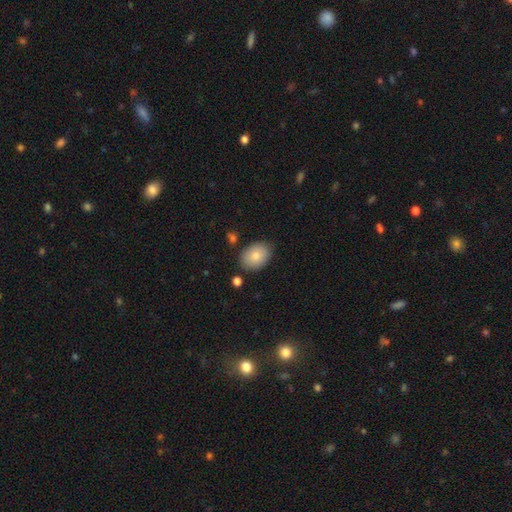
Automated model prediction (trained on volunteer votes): Smooth or featured: smooth — 81% (featured or disk — 11%)
How rounded: in between — 78% (round — 21%)
Merging: none — 81% (minor disturbance — 14%)